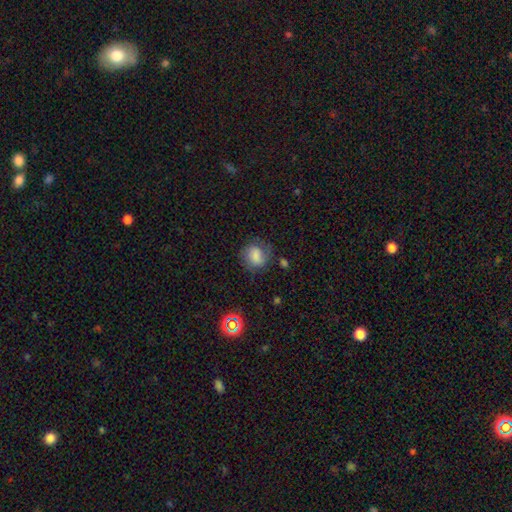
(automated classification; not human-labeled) Smooth or featured: smooth — 64% (featured or disk — 24%)
How rounded: round — 66% (in between — 32%)
Merging: none — 63% (minor disturbance — 22%)